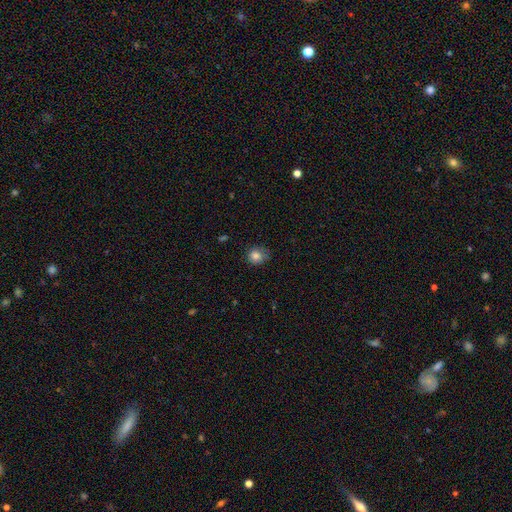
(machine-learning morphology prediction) smooth_or_featured: smooth (p=0.83) [alt: star or artifact p=0.10]
how_rounded: round (p=0.81) [alt: in between p=0.18]
merging: none (p=0.72) [alt: minor disturbance p=0.22]